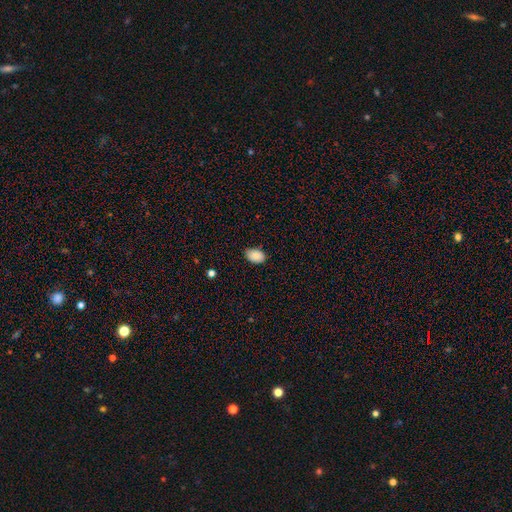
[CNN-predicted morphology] This is clearly a smooth galaxy (88%). How rounded: clearly in between (87%). Merging: clearly none (81%).